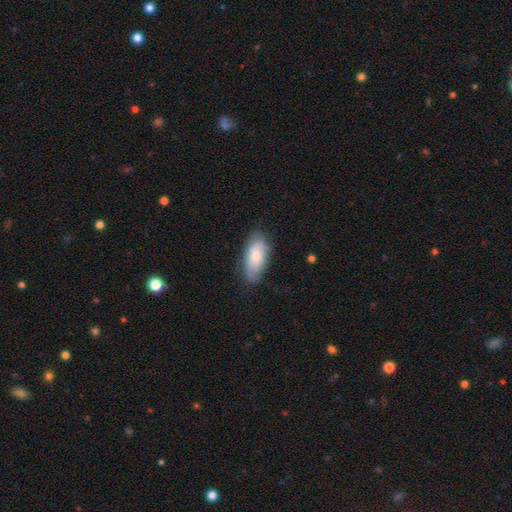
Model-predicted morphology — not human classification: This is likely a smooth galaxy (65%). How rounded: clearly in between (89%). Merging: likely none (71%).